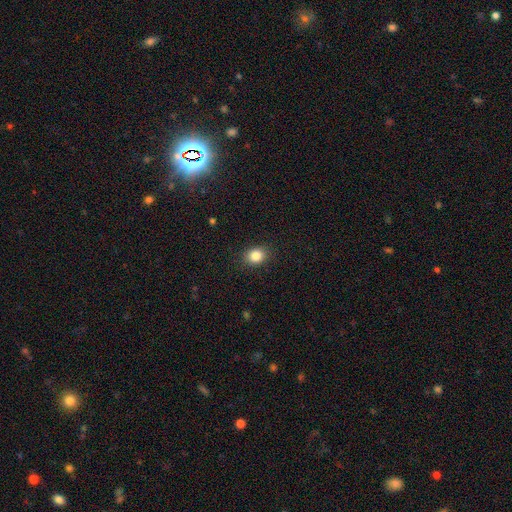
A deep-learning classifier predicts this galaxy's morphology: This appears to be a smooth galaxy with no disk features (84%) that is round (54%). Merging: none (89%).